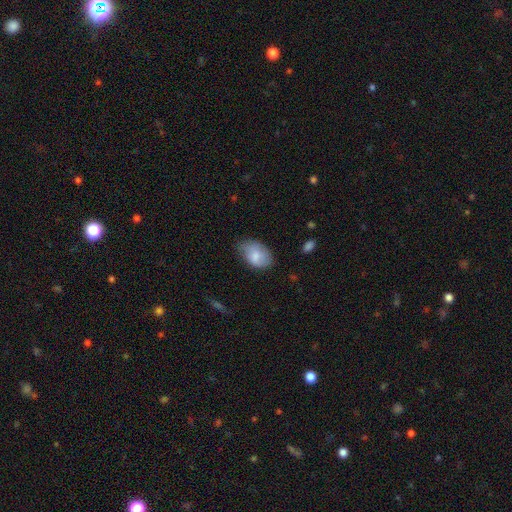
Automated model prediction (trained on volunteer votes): Morphology: type=smooth (79%); roundness=in between (87%); merging=none (56%).